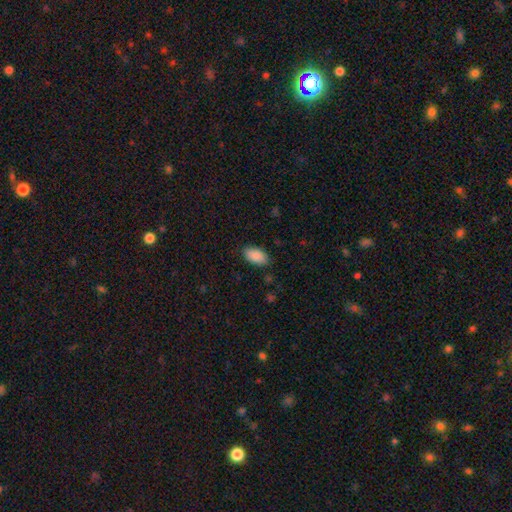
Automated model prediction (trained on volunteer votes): Overall: smooth (89%). How rounded: in between (94%). Merging: none (86%).